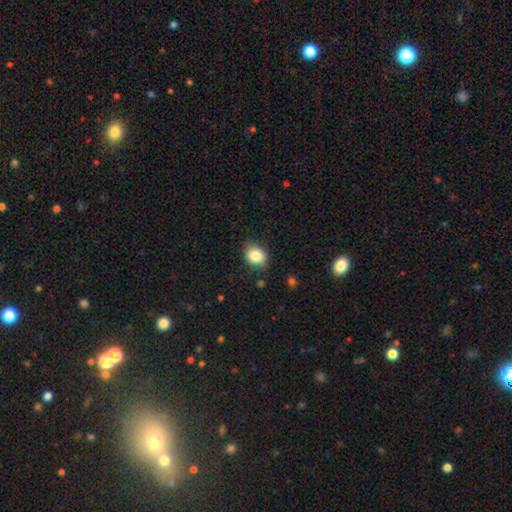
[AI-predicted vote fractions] This is clearly a smooth galaxy (84%). How rounded: possibly round (52%). Merging: likely none (76%).